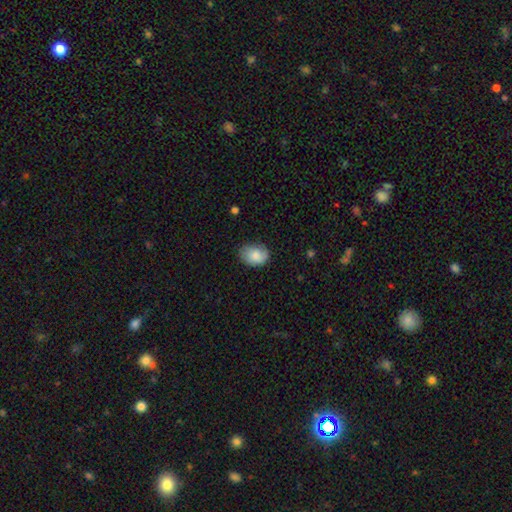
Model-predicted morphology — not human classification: Overall: smooth (84%). How rounded: in between (70%). Merging: none (74%).